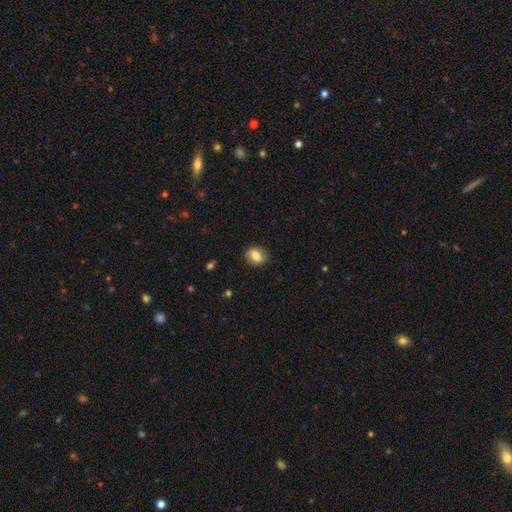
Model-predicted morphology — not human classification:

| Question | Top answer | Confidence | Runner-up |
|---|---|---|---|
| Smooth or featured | smooth | 71% | featured or disk (21%) |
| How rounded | in between | 64% | round (33%) |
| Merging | none | 81% | minor disturbance (14%) |